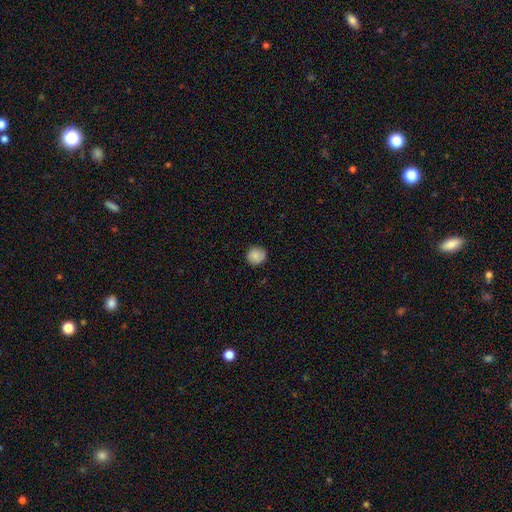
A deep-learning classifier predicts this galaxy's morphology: The model was most divided on "merging": none: 86%, minor disturbance: 11%, major disturbance: 2%, merger: 1%. More confident: how rounded — round (92%); smooth or featured — smooth (86%).